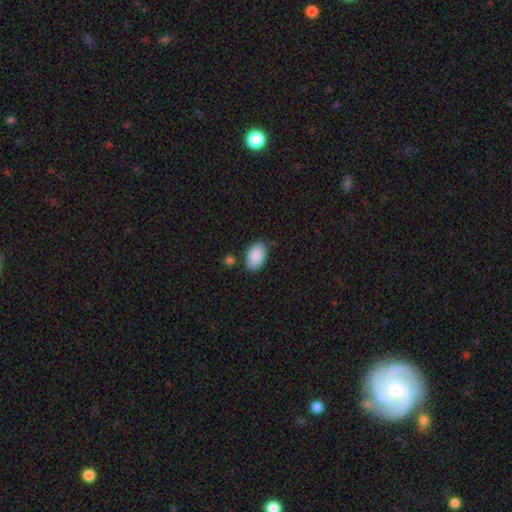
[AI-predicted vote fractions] A smooth galaxy with no disk features (90%) that is in between round and cigar-shaped (93%). Merging: none (79%).